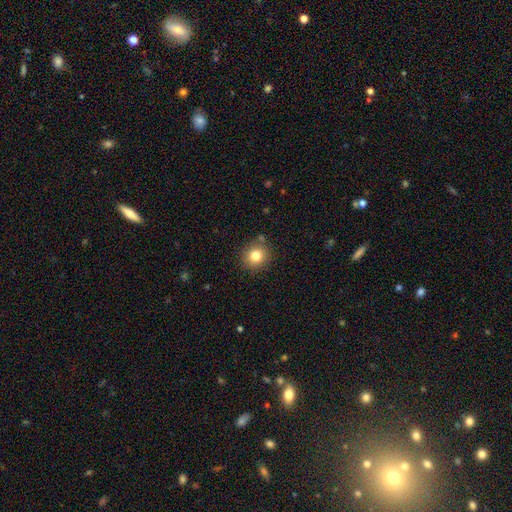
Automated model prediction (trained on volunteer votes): smooth 80%, star or artifact 12%, featured or disk 8%. Down the decision tree: how rounded — round (88%); merging — none (86%).